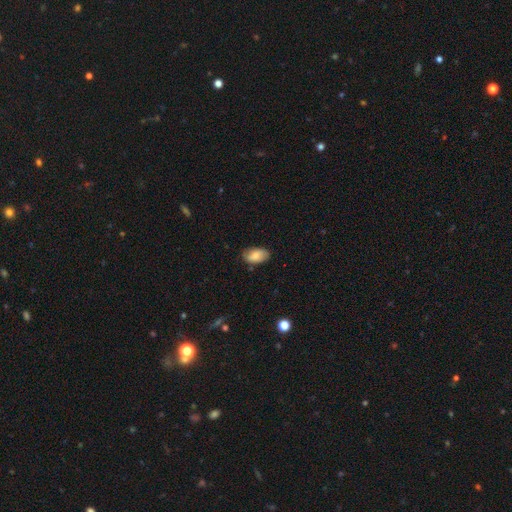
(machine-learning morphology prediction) type=smooth (75%); roundness=in between (93%); merging=none (74%).